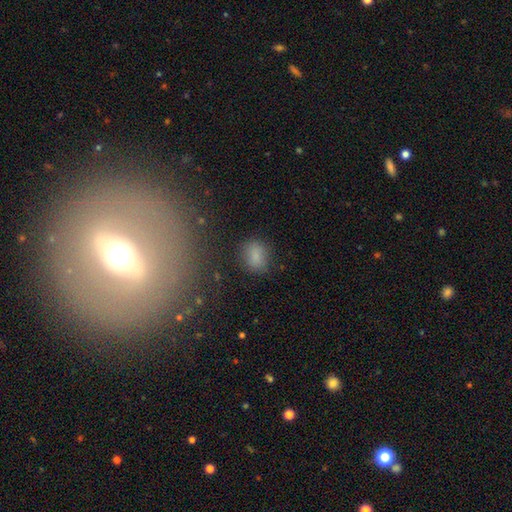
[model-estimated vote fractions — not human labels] Overall: smooth (81%). How rounded: in between (56%; round 42%). Merging: none (82%).